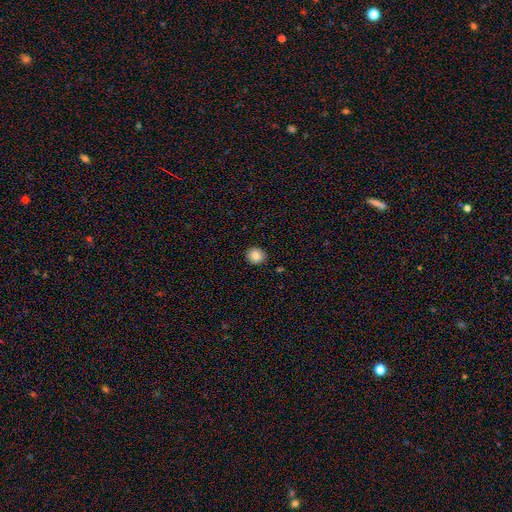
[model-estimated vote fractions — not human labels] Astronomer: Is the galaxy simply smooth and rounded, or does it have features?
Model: smooth — 85%.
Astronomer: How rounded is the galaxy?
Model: round — 82%.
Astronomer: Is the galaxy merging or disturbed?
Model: none — 88%.